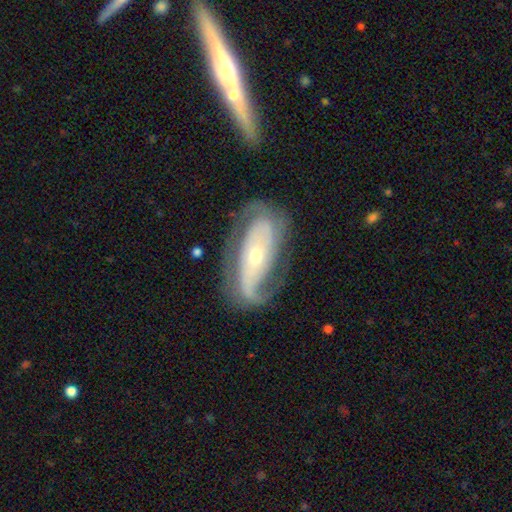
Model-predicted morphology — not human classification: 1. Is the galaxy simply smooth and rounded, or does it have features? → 83% featured or disk, 11% smooth, 5% star or artifact.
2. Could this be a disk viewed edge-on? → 93% no, 7% yes.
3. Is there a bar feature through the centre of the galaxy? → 60% no, 21% weak, 19% strong.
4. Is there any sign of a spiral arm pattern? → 92% yes, 8% no.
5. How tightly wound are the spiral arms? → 38% medium (tied), 38% tight (tied), 23% loose.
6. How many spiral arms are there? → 73% 2, 11% can't tell, 10% 1, 3% 3, 1% 4, 1% more than 4.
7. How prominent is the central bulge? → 57% small, 39% moderate, 2% large, 1% dominant, 1% none.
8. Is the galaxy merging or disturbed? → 65% none, 19% minor disturbance, 14% major disturbance, 2% merger.